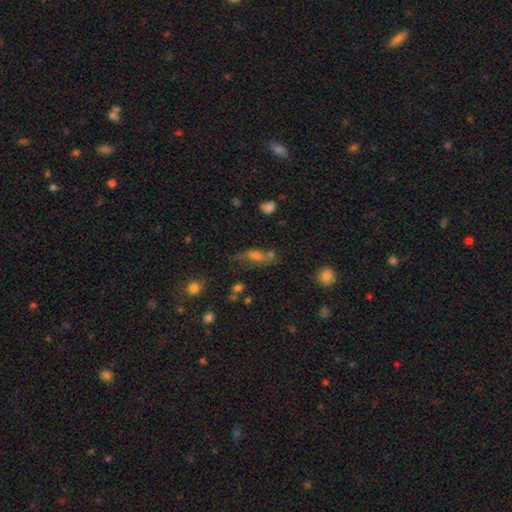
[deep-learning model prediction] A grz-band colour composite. It shows a smooth galaxy with no disk features (60%) that is in between round and cigar-shaped (66%). Merging: none (43%).